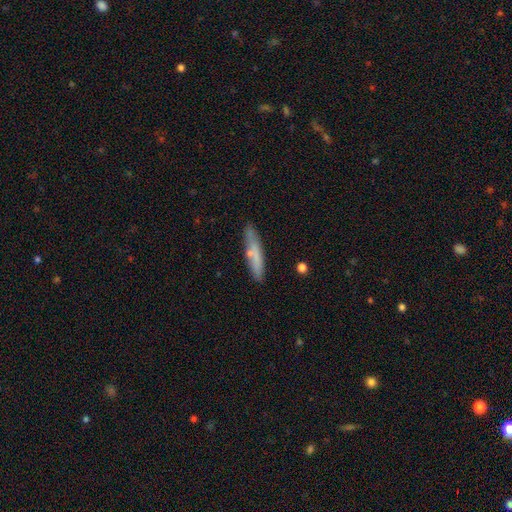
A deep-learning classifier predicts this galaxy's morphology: Smooth or featured? Predicted: smooth (p=0.63). How rounded? Predicted: cigar-shaped (p=0.88). Merging? Predicted: none (p=0.78).